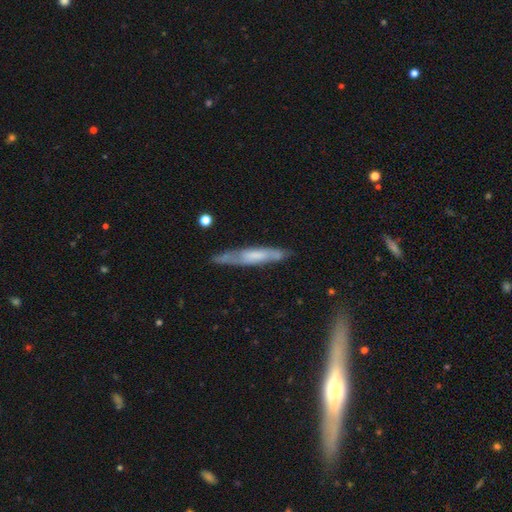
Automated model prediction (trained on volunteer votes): Q: Smooth or featured?
A: featured or disk (55%); runner-up: smooth (39%)
Q: Edge-on disk?
A: yes (69%); runner-up: no (31%)
Q: Merging?
A: none (75%); runner-up: minor disturbance (19%)